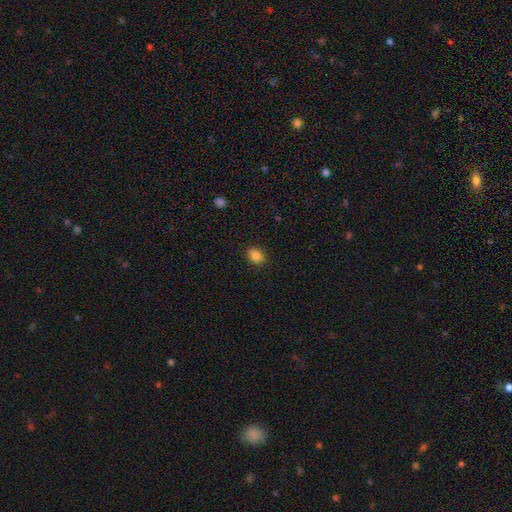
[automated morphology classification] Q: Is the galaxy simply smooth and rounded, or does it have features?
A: smooth — 85%.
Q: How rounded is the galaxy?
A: in between — 50%.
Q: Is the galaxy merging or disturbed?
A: none — 88%.